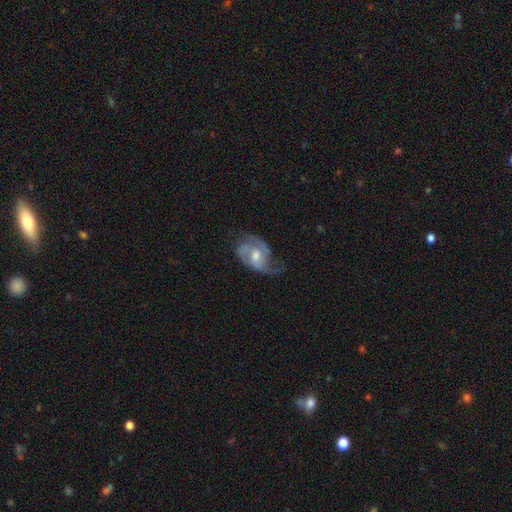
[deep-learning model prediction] featured or disk 84%, smooth 11%, star or artifact 5%. Down the decision tree: edge-on disk — no (97%); bar — weak (48%); spiral arms — yes (95%); spiral arm count — 2 (61%); spiral winding — medium (49%); bulge size — moderate (68%); merging — none (53%).